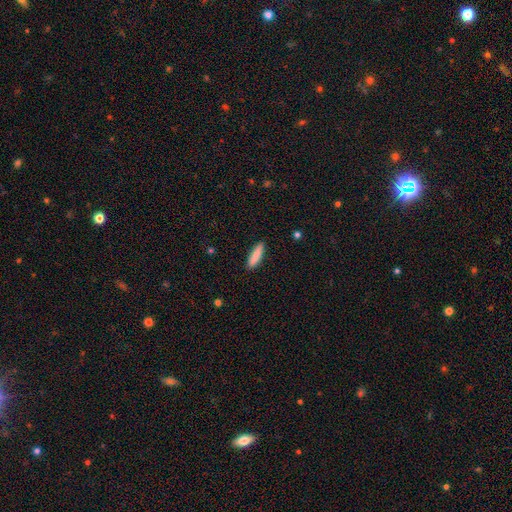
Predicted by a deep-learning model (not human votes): Smooth or featured? smooth (87%)
How rounded? cigar-shaped (75%)
Merging? none (89%)